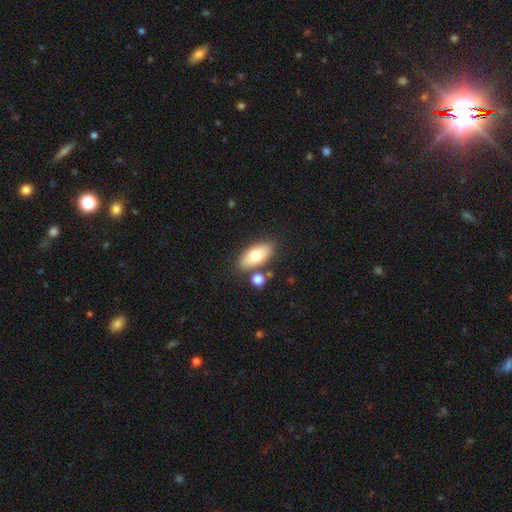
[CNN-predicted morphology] This is likely a smooth galaxy (74%). How rounded: clearly in between (89%). Merging: likely none (78%).